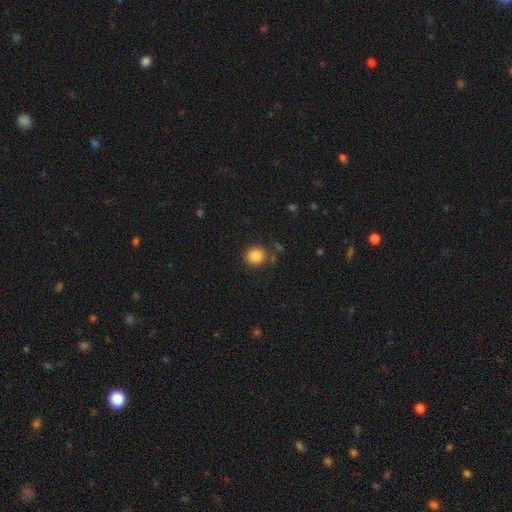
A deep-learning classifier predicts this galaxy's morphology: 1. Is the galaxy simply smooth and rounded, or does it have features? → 86% smooth, 10% star or artifact, 5% featured or disk.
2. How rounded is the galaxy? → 88% round, 11% in between, 1% cigar-shaped.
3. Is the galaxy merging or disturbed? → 83% none, 10% minor disturbance, 4% merger, 3% major disturbance.